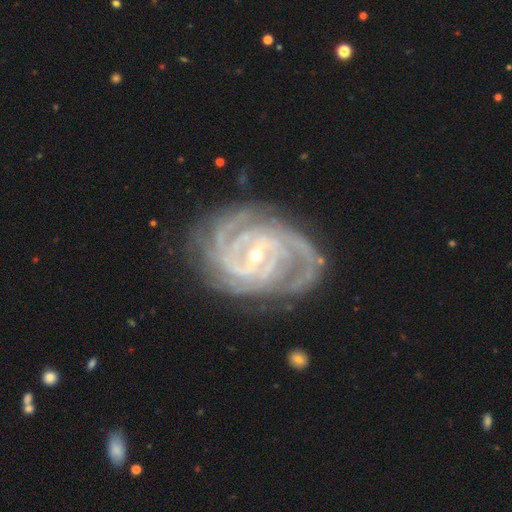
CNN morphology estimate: featured or disk 92%, star or artifact 5%, smooth 3%. Down the decision tree: edge-on disk — no (98%); bar — weak (44%); spiral arms — yes (98%); spiral arm count — 4 (25%); spiral winding — tight (67%); bulge size — small (78%); merging — none (76%).